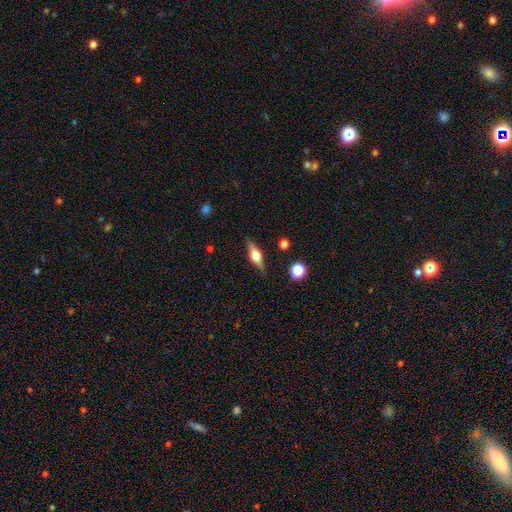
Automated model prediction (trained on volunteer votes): Overall: featured or disk (61%; smooth 31%). Edge-on disk: yes (95%). Edge-on bulge: rounded (90%). Merging: none (85%).